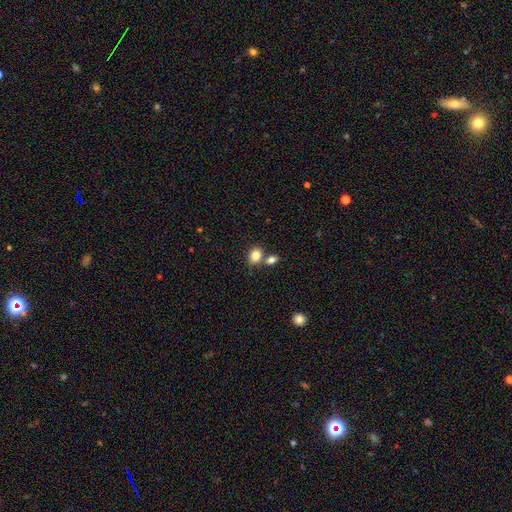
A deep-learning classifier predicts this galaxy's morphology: smooth 83%, star or artifact 9%, featured or disk 7%. Down the decision tree: how rounded — in between (62%); merging — none (57%).